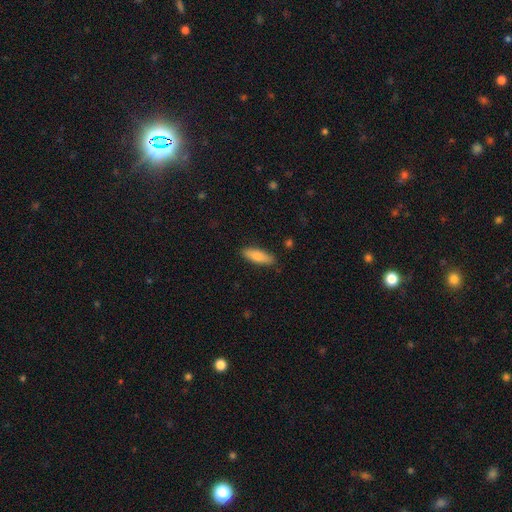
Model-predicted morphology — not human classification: Q: Smooth or featured?
A: smooth (77%); runner-up: featured or disk (17%)
Q: How rounded?
A: in between (51%); runner-up: cigar-shaped (47%)
Q: Merging?
A: none (86%); runner-up: minor disturbance (11%)